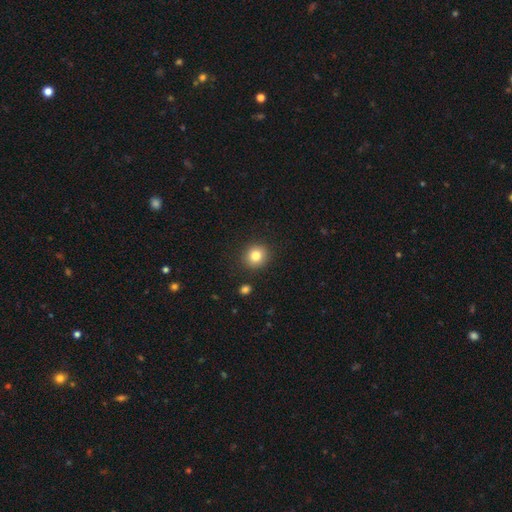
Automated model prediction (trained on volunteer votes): Overall: smooth (82%). How rounded: round (88%). Merging: none (90%).